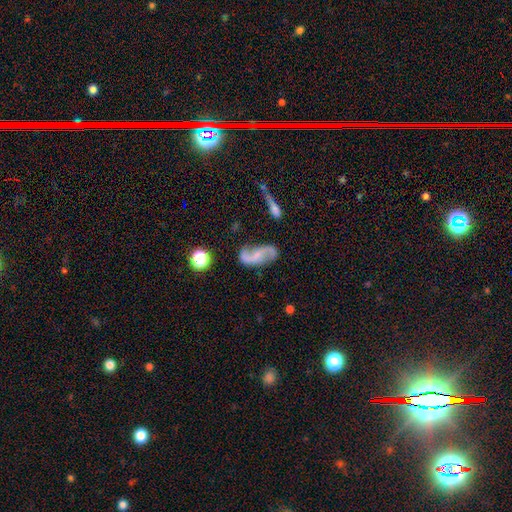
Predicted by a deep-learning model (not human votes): smooth_or_featured: featured or disk (p=0.82) [alt: smooth p=0.11]
disk_edge_on: no (p=0.96) [alt: yes p=0.04]
bar: no (p=0.51) [alt: weak p=0.37]
has_spiral_arms: yes (p=0.95) [alt: no p=0.05]
spiral_winding: loose (p=0.72) [alt: medium p=0.22]
spiral_arm_count: 2 (p=0.93) [alt: can't tell p=0.02]
bulge_size: small (p=0.42) [alt: none p=0.36]
merging: none (p=0.72) [alt: minor disturbance p=0.17]